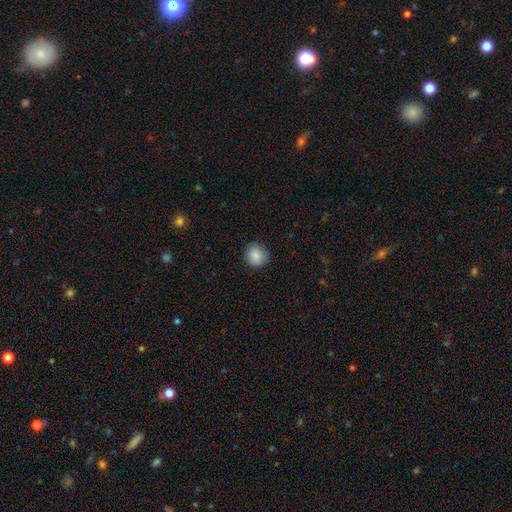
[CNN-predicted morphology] Smooth or featured: smooth — 87% (star or artifact — 9%)
How rounded: round — 86% (in between — 13%)
Merging: none — 84% (minor disturbance — 12%)